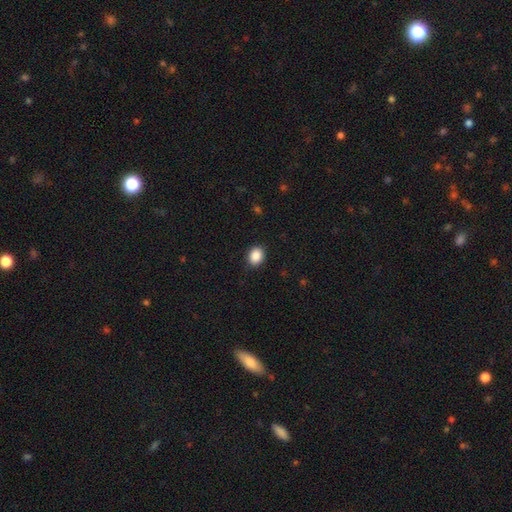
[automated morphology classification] Smooth or featured? smooth (89%)
How rounded? round (54%)
Merging? none (89%)